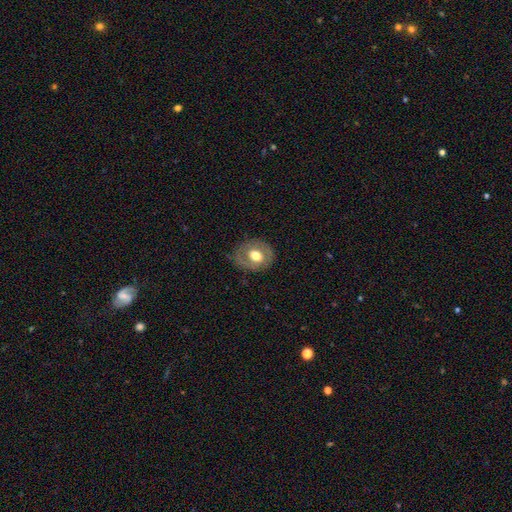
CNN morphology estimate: Smooth or featured: smooth — 49% (featured or disk — 44%)
Merging: none — 77% (minor disturbance — 16%)